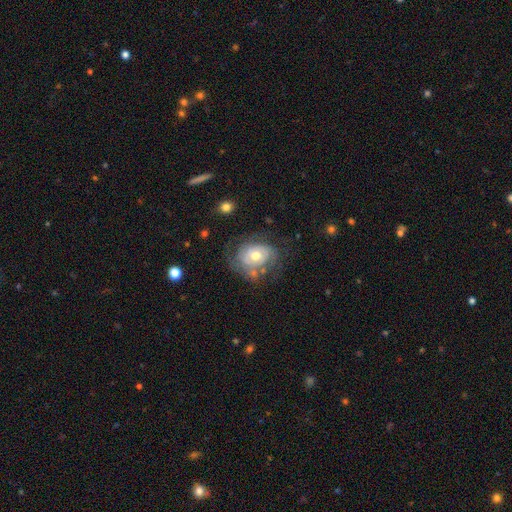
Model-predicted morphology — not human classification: This appears to be a featured or disk galaxy (68%) with no bar (78%), spiral arms (71%) and a moderate central bulge (74%). Merging: none (55%).